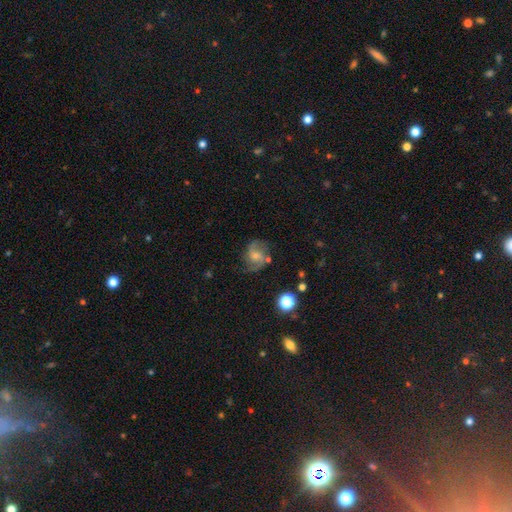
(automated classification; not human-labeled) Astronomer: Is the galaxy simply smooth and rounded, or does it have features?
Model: featured or disk — 69%.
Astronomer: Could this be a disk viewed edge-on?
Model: no — 98%.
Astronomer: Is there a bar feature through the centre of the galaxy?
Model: no — 50% (runner-up: weak, 42%).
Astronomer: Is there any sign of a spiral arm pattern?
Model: yes — 93%.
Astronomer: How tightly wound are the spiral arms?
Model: medium — 50% (runner-up: loose, 31%).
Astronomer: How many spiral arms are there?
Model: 2 — 87%.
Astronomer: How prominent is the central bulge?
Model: small — 42%, tied with moderate at 42%.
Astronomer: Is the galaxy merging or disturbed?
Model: none — 69%.